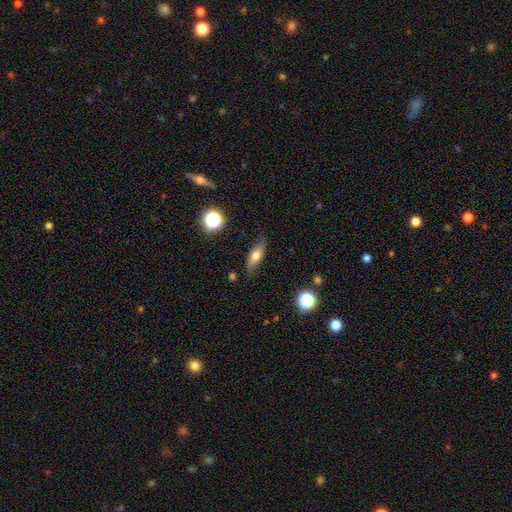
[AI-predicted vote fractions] A smooth galaxy with no disk features (56%) that is in between round and cigar-shaped (54%).

Vote fractions:
- Smooth or featured? smooth: 56% / featured or disk: 36% / star or artifact: 8%
- How rounded? in between: 54% / cigar-shaped: 39% / round: 7%
- Merging? none: 78% / minor disturbance: 17% / major disturbance: 4% / merger: 2%